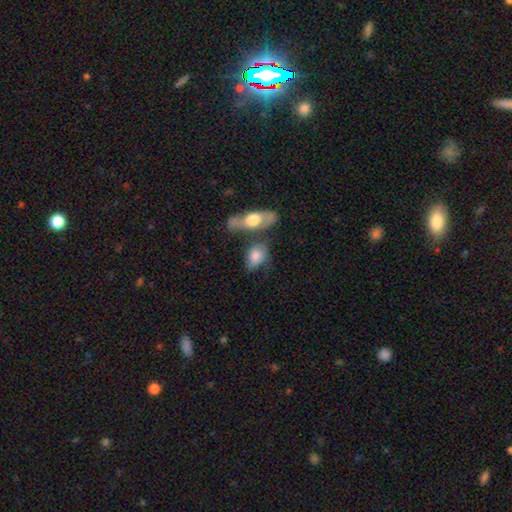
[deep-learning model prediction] This appears to be a smooth galaxy with no disk features (71%) that is in between round and cigar-shaped (76%). Merging: none (48%).